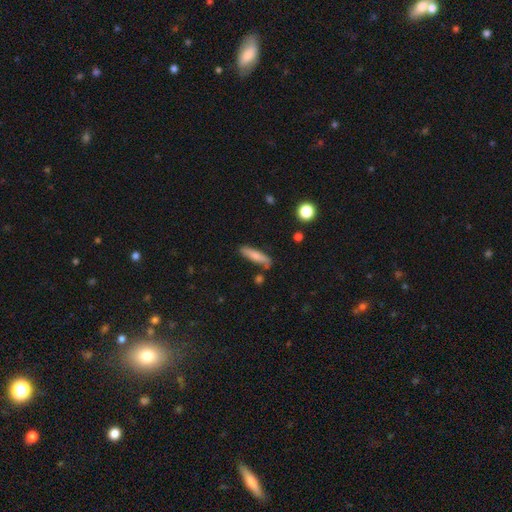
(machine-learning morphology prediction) type=smooth (72%); roundness=cigar-shaped (79%); merging=none (75%).